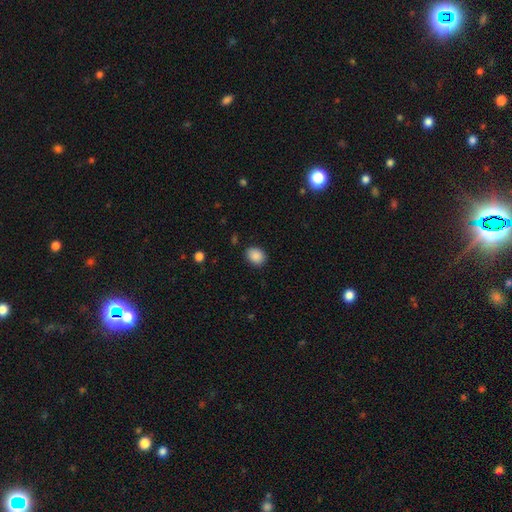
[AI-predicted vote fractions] Smooth or featured?
  - smooth: 89% *
  - star or artifact: 8%
  - featured or disk: 3%
How rounded?
  - in between: 55% *
  - round: 44%
  - cigar-shaped: 1%
Merging?
  - none: 87% *
  - minor disturbance: 9%
  - major disturbance: 3%
  - merger: 1%